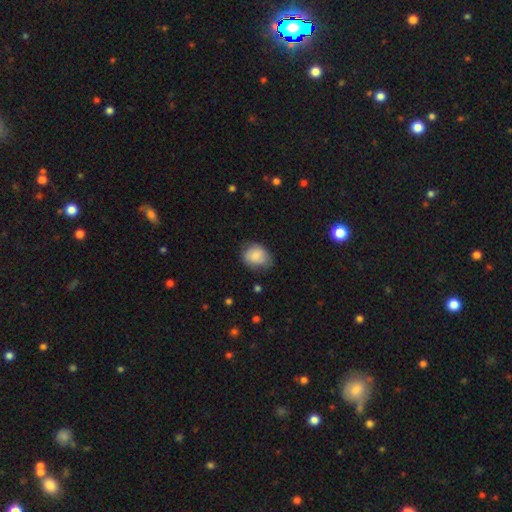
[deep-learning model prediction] A smooth galaxy with no disk features (79%) that is round (51%).

Vote fractions:
- Smooth or featured? smooth: 79% / featured or disk: 13% / star or artifact: 8%
- How rounded? round: 51% / in between: 48% / cigar-shaped: 1%
- Merging? none: 61% / minor disturbance: 30% / major disturbance: 7% / merger: 2%